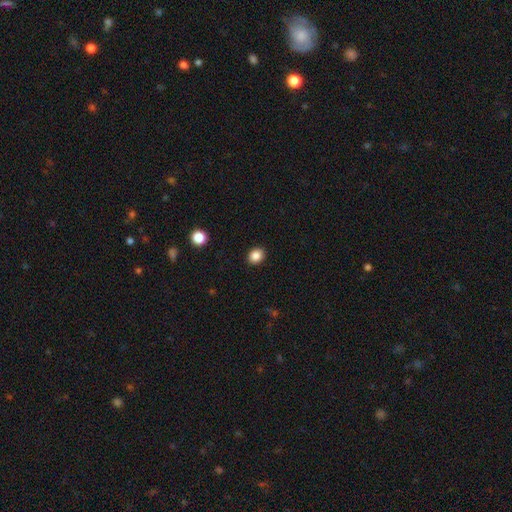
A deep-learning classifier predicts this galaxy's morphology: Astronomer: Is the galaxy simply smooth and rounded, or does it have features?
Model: smooth — 86%.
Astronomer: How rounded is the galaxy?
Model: round — 55% (runner-up: in between, 45%).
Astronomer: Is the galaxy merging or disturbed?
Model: none — 90%.